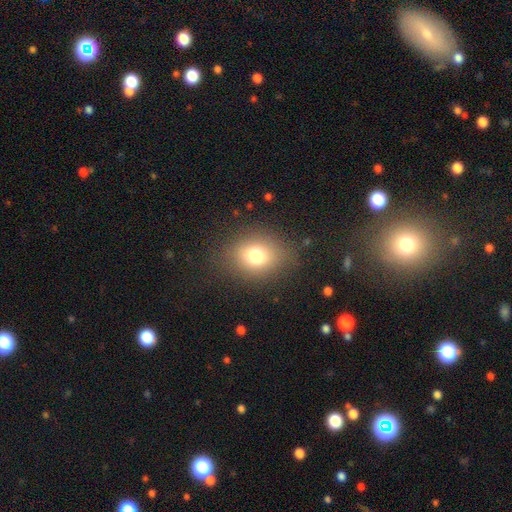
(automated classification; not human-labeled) Overall: smooth (74%). How rounded: round (59%; in between 40%). Merging: none (81%).